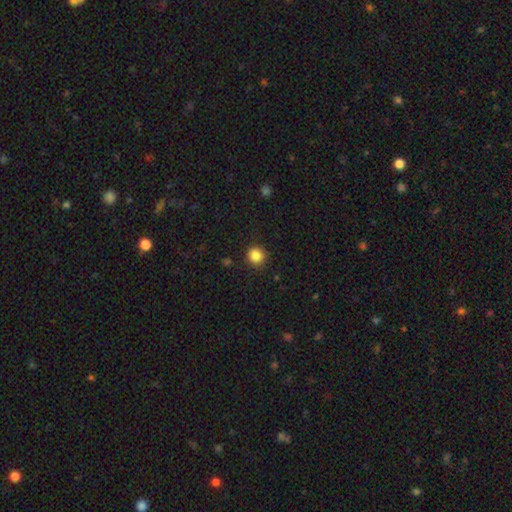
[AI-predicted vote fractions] The model was most divided on "smooth or featured": smooth: 86%, star or artifact: 11%, featured or disk: 4%. More confident: how rounded — round (90%); merging — none (89%).